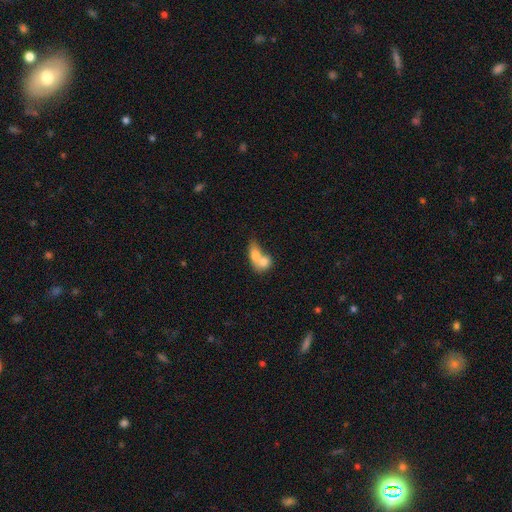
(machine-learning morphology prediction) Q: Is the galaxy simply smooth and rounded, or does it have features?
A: smooth — 72%.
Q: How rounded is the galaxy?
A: in between — 67%.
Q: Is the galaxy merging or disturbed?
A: merger — 77%.